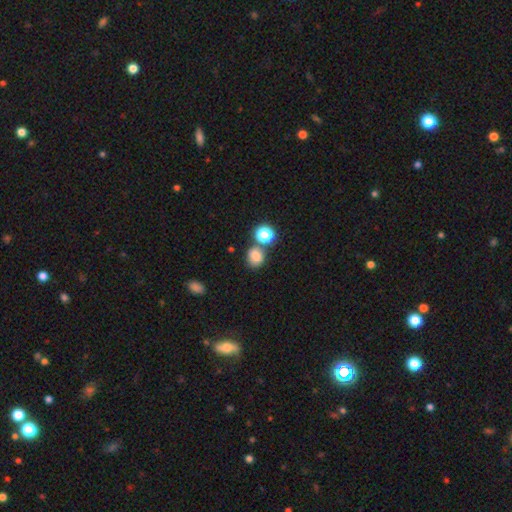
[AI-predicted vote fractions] The model was most divided on "how rounded": round: 69%, in between: 30%, cigar-shaped: 1%. More confident: smooth or featured — smooth (78%); merging — none (62%).